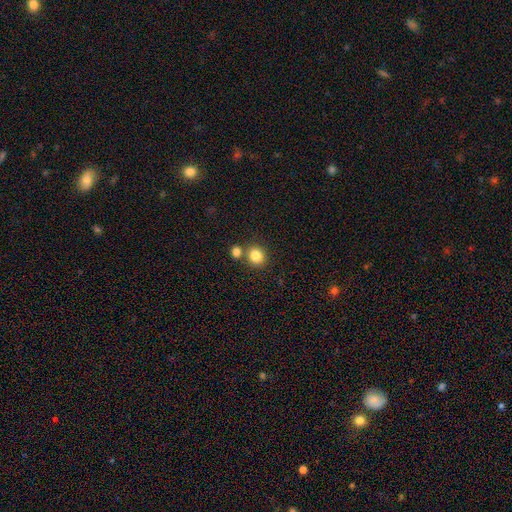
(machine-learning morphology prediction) smooth-or-featured: smooth: 84% | star or artifact: 10% | featured or disk: 6%
  how-rounded: round: 81% | in between: 18% | cigar-shaped: 1%
  merging: none: 67% | merger: 23% | minor disturbance: 8% | major disturbance: 2%